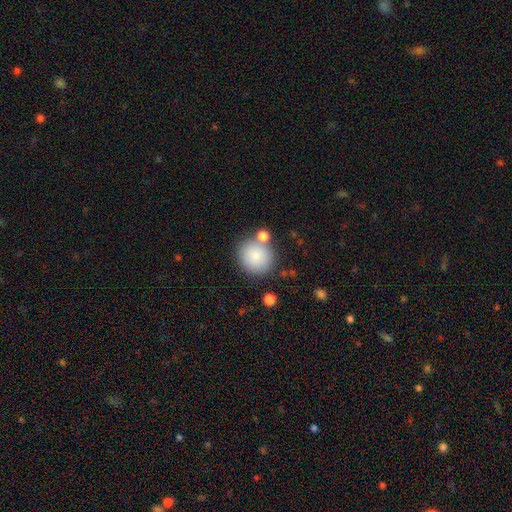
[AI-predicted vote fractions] A smooth galaxy with no disk features (84%) that is round (91%). Merging: none (71%).